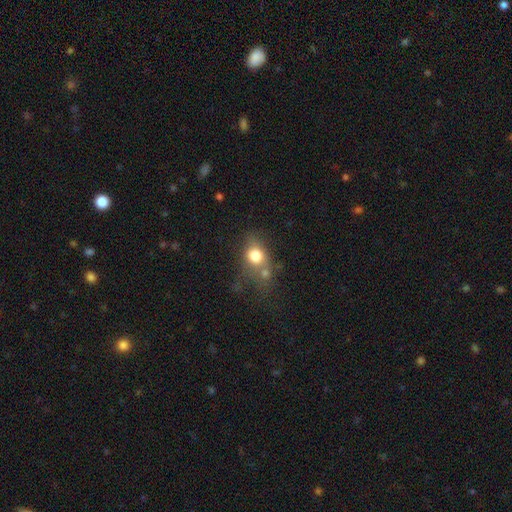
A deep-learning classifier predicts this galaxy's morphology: Smooth or featured?
  - smooth: 75% *
  - featured or disk: 14%
  - star or artifact: 11%
How rounded?
  - round: 53% *
  - in between: 45%
  - cigar-shaped: 2%
Merging?
  - none: 38% *
  - merger: 28%
  - minor disturbance: 20%
  - major disturbance: 14%